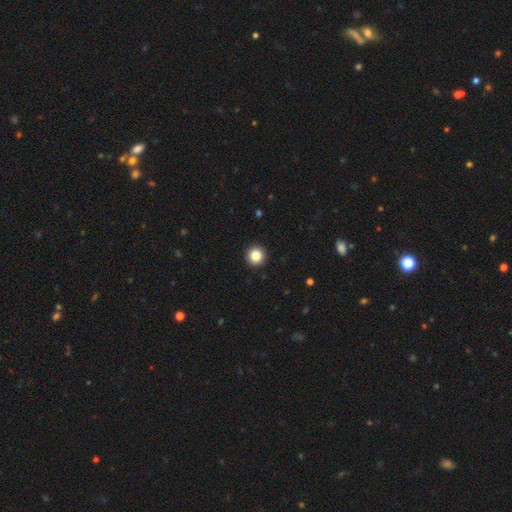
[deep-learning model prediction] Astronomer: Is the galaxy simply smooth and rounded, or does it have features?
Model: smooth — 84%.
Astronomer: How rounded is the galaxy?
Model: round — 96%.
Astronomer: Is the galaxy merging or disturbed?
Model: none — 94%.